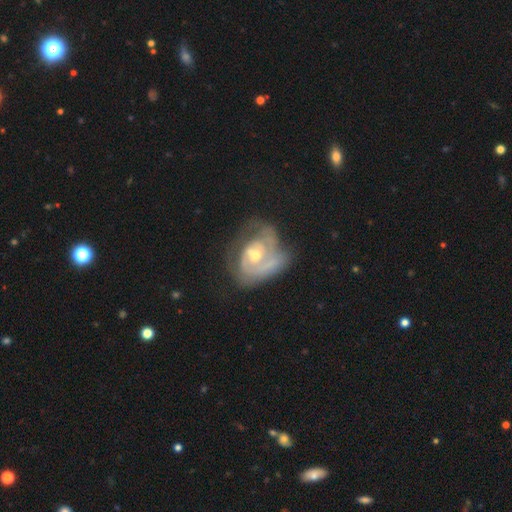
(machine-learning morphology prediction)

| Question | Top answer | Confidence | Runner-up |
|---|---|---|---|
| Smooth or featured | featured or disk | 77% | smooth (16%) |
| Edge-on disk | no | 97% | yes (3%) |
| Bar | no | 67% | weak (27%) |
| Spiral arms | yes | 76% | no (24%) |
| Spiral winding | tight | 52% | medium (33%) |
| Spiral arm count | can't tell | 35% | 2 (34%) |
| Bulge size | moderate | 53% | small (41%) |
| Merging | none | 28% | major disturbance (26%) |